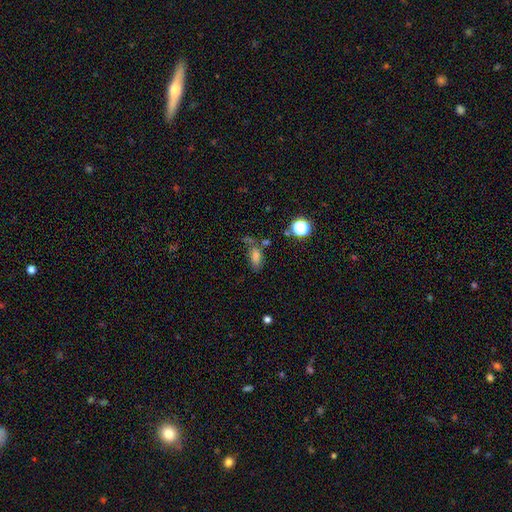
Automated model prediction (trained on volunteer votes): Smooth or featured? smooth (68%)
How rounded? in between (79%)
Merging? none (50%)